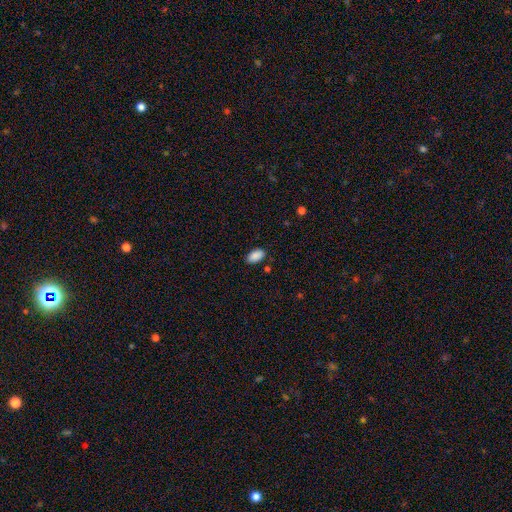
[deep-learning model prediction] The model was most divided on "merging": none: 85%, minor disturbance: 11%, major disturbance: 2%, merger: 2%. More confident: how rounded — in between (94%); smooth or featured — smooth (89%).